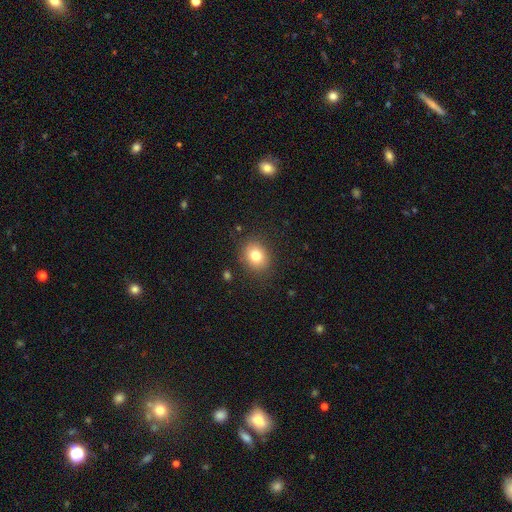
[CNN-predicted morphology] The model was most divided on "how rounded": round: 58%, in between: 42%, cigar-shaped: 1%. More confident: merging — none (86%); smooth or featured — smooth (79%).